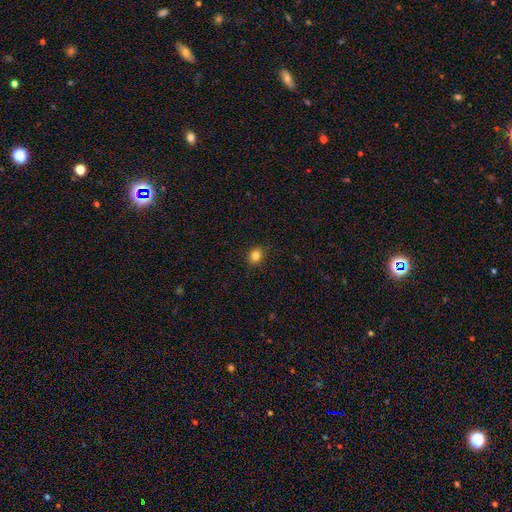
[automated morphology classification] Smooth or featured: smooth — 83% (star or artifact — 12%)
How rounded: round — 76% (in between — 24%)
Merging: none — 92% (minor disturbance — 6%)